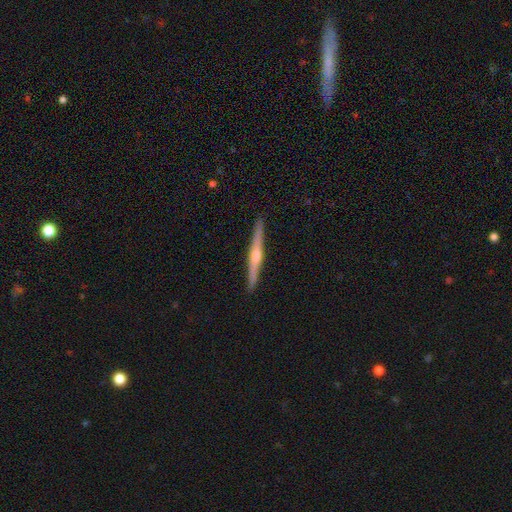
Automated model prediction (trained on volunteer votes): The model was most divided on "smooth or featured": featured or disk: 75%, smooth: 20%, star or artifact: 5%. More confident: edge-on disk — yes (98%); merging — none (92%); edge-on bulge — rounded (85%).